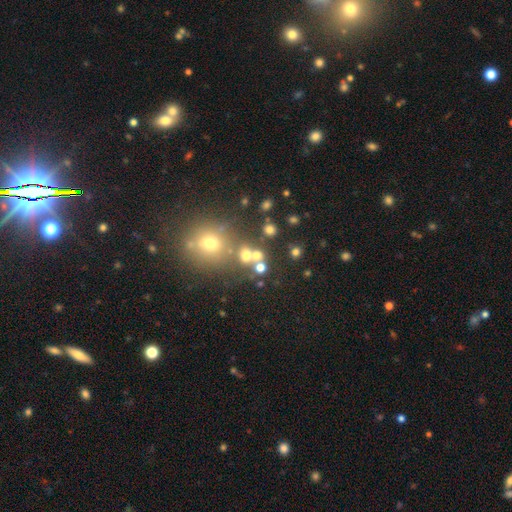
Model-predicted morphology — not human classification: The model was most divided on "merging": none: 54%, merger: 31%, minor disturbance: 9%, major disturbance: 6%. More confident: how rounded — round (79%); smooth or featured — smooth (63%).